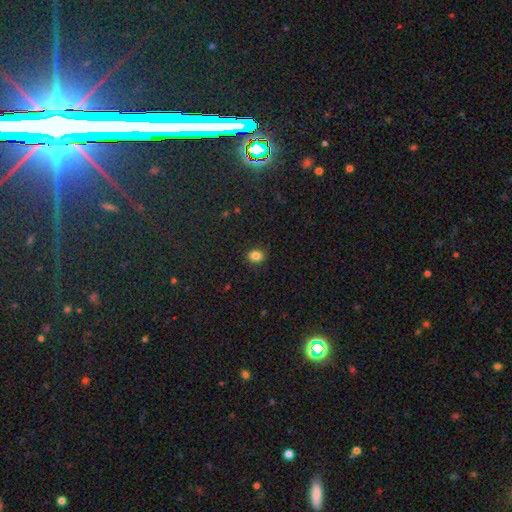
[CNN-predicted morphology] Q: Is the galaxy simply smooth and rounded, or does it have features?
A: smooth — 84%.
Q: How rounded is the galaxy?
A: round — 51%.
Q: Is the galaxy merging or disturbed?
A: none — 88%.